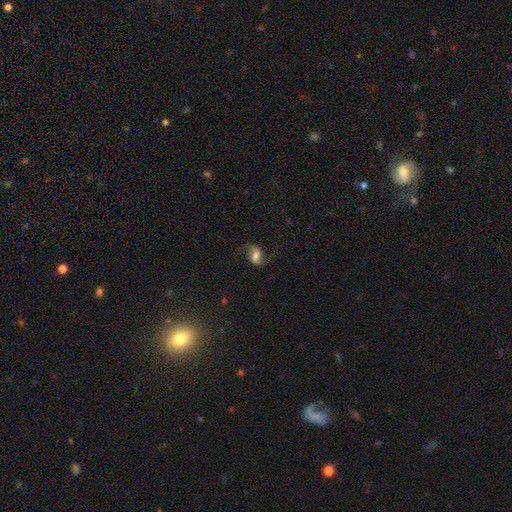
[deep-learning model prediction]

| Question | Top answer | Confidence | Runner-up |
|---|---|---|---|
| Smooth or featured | featured or disk | 50% | smooth (40%) |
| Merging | none | 69% | minor disturbance (18%) |